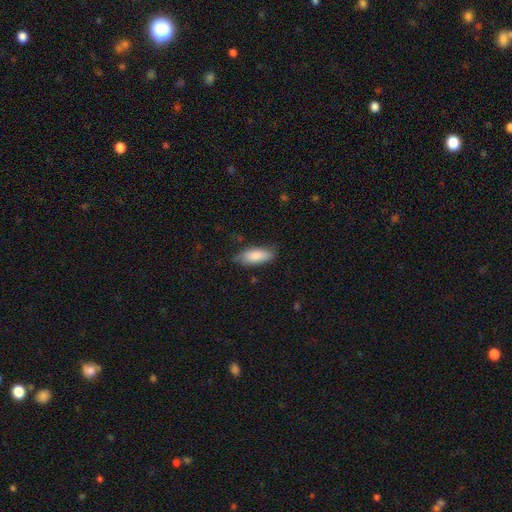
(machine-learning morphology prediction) Q: Smooth or featured?
A: smooth (84%); runner-up: featured or disk (10%)
Q: How rounded?
A: in between (75%); runner-up: cigar-shaped (23%)
Q: Merging?
A: none (73%); runner-up: minor disturbance (21%)